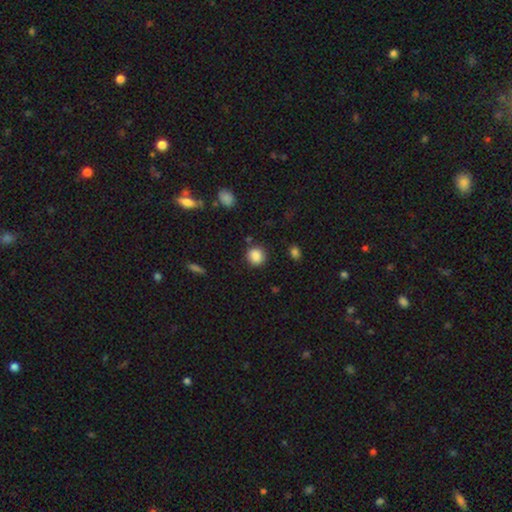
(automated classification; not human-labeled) Smooth or featured: smooth — 87% (star or artifact — 9%)
How rounded: round — 82% (in between — 17%)
Merging: none — 83% (minor disturbance — 10%)